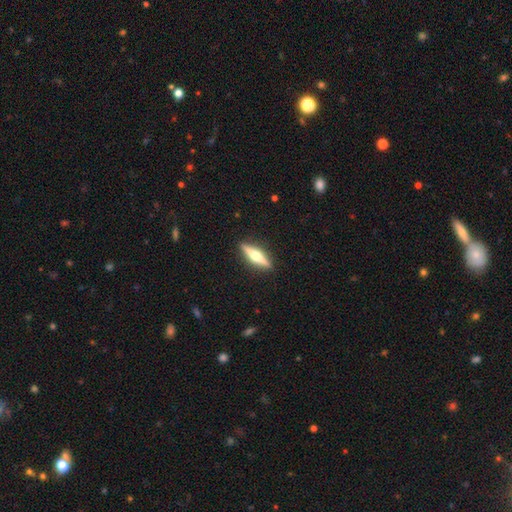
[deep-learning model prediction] A featured or disk galaxy (69%) viewed edge-on (97%) with a rounded central bulge (94%).

Vote fractions:
- Smooth or featured? featured or disk: 69% / smooth: 26% / star or artifact: 5%
- Edge-on disk? yes: 97% / no: 3%
- Edge-on bulge? rounded: 94% / boxy: 3% / none: 3%
- Merging? none: 91% / minor disturbance: 6% / major disturbance: 2% / merger: 1%